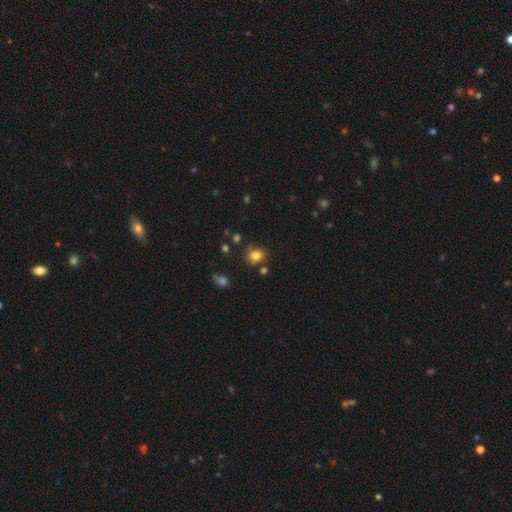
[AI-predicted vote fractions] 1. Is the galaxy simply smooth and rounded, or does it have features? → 80% smooth, 13% star or artifact, 7% featured or disk.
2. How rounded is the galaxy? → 63% round, 36% in between, 1% cigar-shaped.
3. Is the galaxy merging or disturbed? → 74% none, 15% minor disturbance, 6% merger, 4% major disturbance.